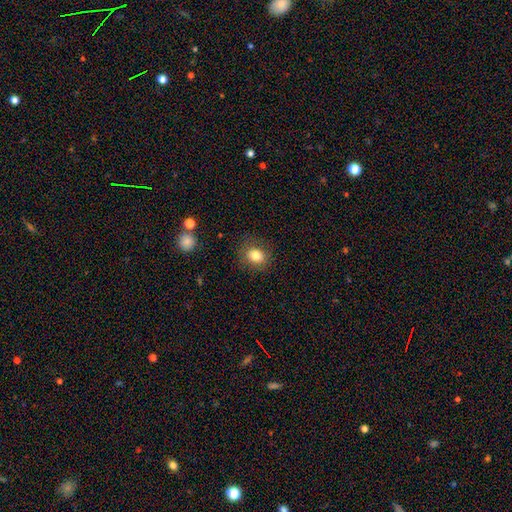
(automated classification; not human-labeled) A smooth galaxy with no disk features (81%) that is round (59%). Merging: none (83%).